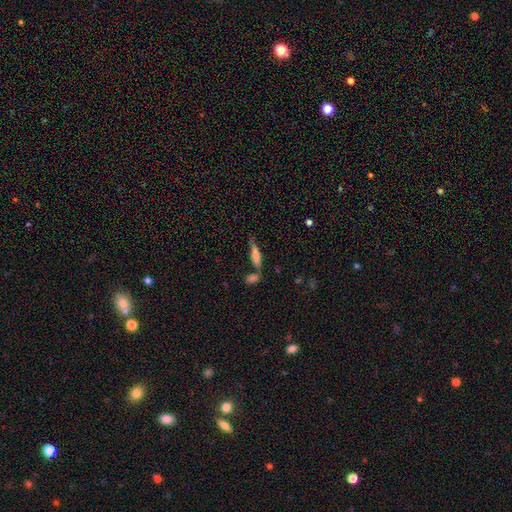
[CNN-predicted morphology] Smooth or featured? smooth (69%)
How rounded? cigar-shaped (67%)
Merging? none (52%)